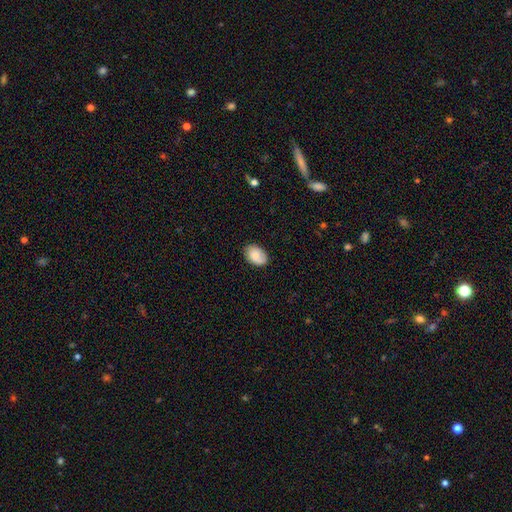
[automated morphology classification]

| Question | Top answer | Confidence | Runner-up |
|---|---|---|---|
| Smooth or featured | smooth | 73% | featured or disk (20%) |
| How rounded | in between | 83% | round (16%) |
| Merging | none | 76% | minor disturbance (18%) |